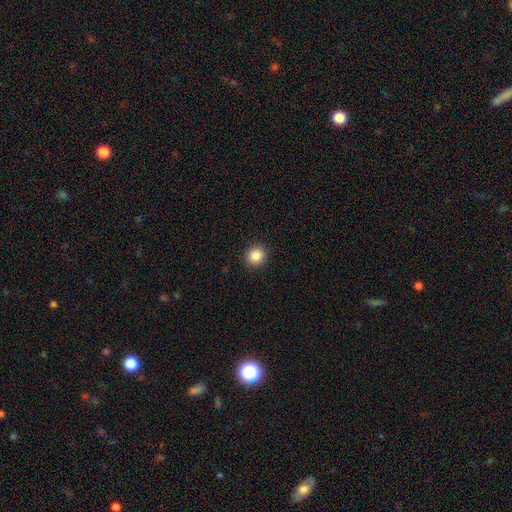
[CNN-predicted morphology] A smooth galaxy with no disk features (87%) that is round (89%). Merging: none (91%).